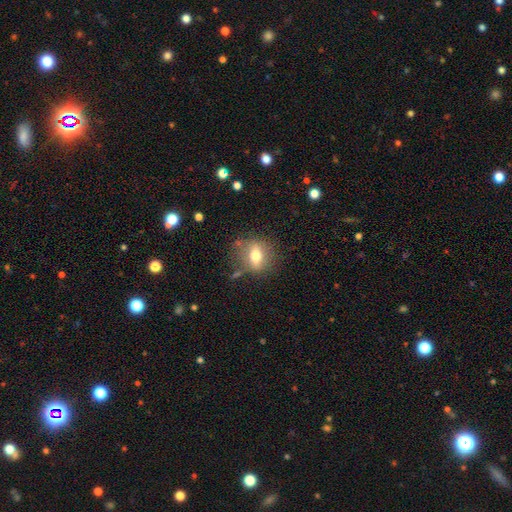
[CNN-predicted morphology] smooth 59%, featured or disk 31%, star or artifact 10%. Down the decision tree: how rounded — round (48%); merging — none (75%).